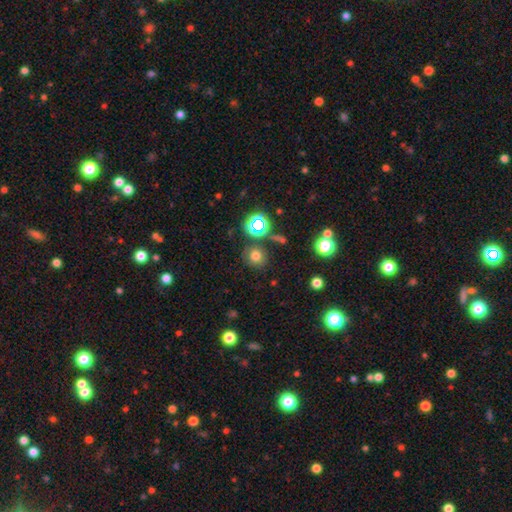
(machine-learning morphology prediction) smooth_or_featured: smooth (p=0.69) [alt: star or artifact p=0.22]
how_rounded: round (p=0.85) [alt: in between p=0.14]
merging: none (p=0.79) [alt: minor disturbance p=0.11]